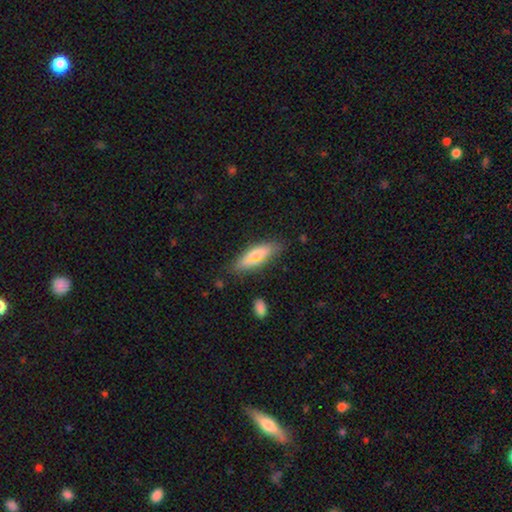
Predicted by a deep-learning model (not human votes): Smooth or featured? Predicted: smooth (p=0.71). How rounded? Predicted: cigar-shaped (p=0.53). Merging? Predicted: none (p=0.81).